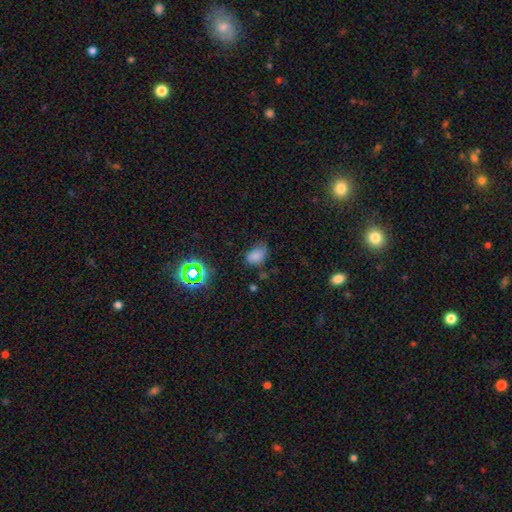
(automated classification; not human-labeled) A smooth galaxy with no disk features (74%) that is in between round and cigar-shaped (81%). Merging: none (55%).